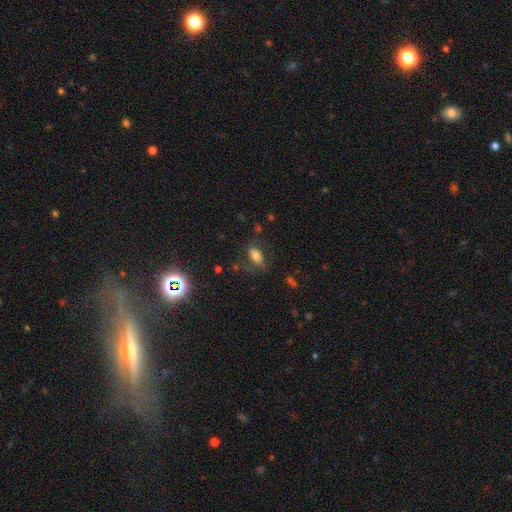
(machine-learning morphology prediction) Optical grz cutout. It shows a smooth galaxy with no disk features (69%) that is in between round and cigar-shaped (88%). Merging: none (64%).